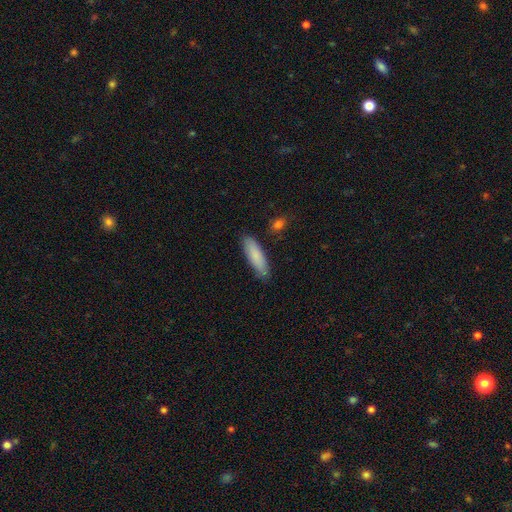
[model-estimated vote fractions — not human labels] A smooth galaxy with no disk features (84%) that is cigar-shaped (59%).

Vote fractions:
- Smooth or featured? smooth: 84% / featured or disk: 11% / star or artifact: 6%
- How rounded? cigar-shaped: 59% / in between: 39% / round: 2%
- Merging? none: 83% / minor disturbance: 13% / major disturbance: 2% / merger: 2%